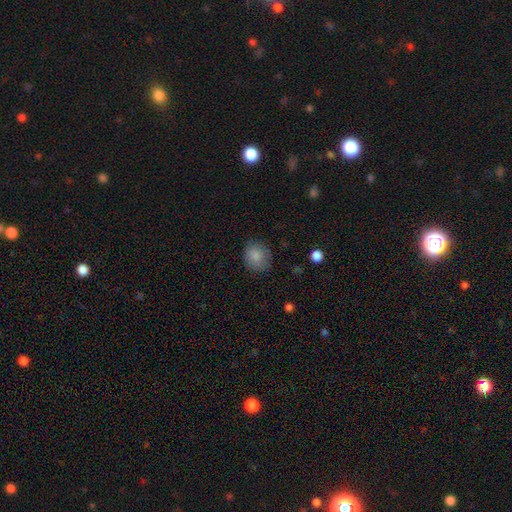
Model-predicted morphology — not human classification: Smooth or featured?
  - smooth: 85% *
  - star or artifact: 9%
  - featured or disk: 6%
How rounded?
  - round: 69% *
  - in between: 30%
  - cigar-shaped: 1%
Merging?
  - none: 76% *
  - minor disturbance: 18%
  - major disturbance: 5%
  - merger: 1%